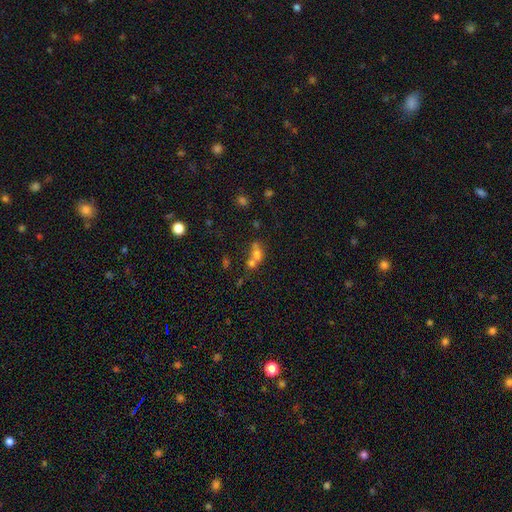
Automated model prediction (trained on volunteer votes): smooth_or_featured: smooth (p=0.62) [alt: featured or disk p=0.21]
how_rounded: in between (p=0.52) [alt: round p=0.44]
merging: merger (p=0.61) [alt: none p=0.25]